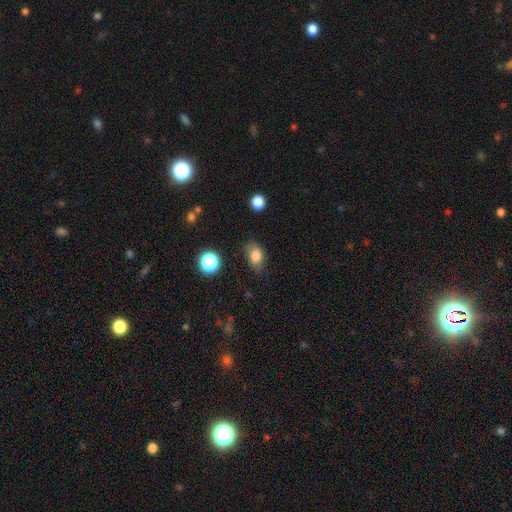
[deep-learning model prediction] Smooth or featured: smooth — 79% (star or artifact — 11%)
How rounded: in between — 80% (round — 18%)
Merging: none — 71% (minor disturbance — 21%)